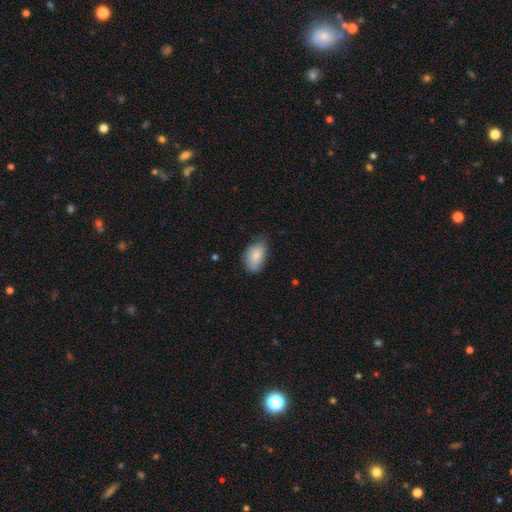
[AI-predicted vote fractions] Smooth or featured? smooth (83%)
How rounded? in between (90%)
Merging? none (52%)